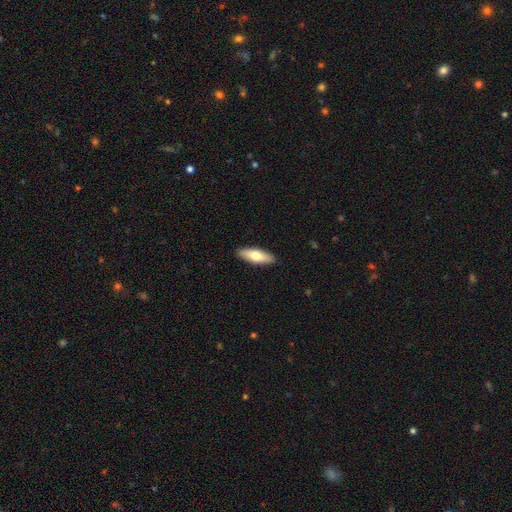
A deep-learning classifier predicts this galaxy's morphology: This appears to be a smooth galaxy with no disk features (70%) that is in between round and cigar-shaped (58%). Merging: none (90%).